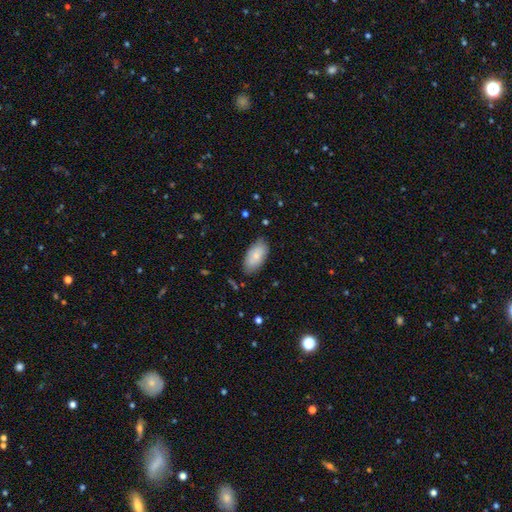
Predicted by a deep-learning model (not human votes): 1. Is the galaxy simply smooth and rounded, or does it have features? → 76% smooth, 18% featured or disk, 6% star or artifact.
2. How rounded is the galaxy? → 93% in between, 4% cigar-shaped, 3% round.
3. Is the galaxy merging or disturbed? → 78% none, 18% minor disturbance, 3% major disturbance, 1% merger.